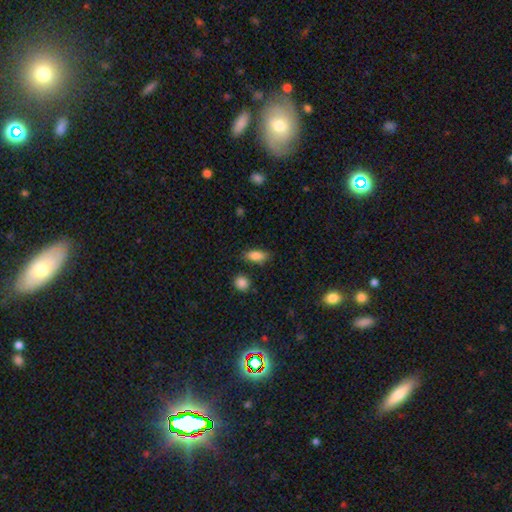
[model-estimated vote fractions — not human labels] Overall: smooth (84%). How rounded: in between (84%). Merging: none (77%).